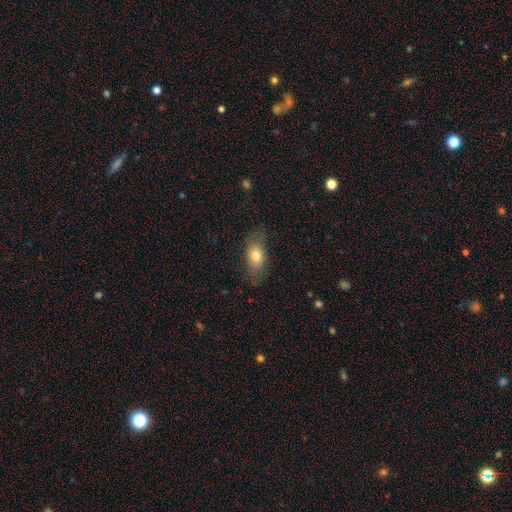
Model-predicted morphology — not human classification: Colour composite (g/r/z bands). It shows a smooth galaxy with no disk features (74%) that is in between round and cigar-shaped (84%). Merging: none (70%).